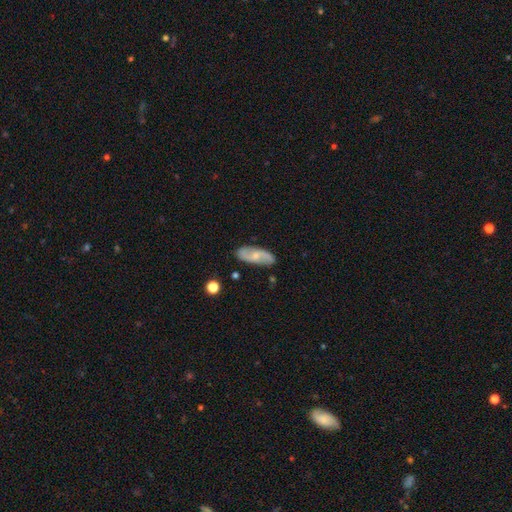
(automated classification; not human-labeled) Overall: featured or disk (62%; smooth 31%). Edge-on disk: no (90%). Bar: no (52%; weak 39%). Spiral arms: yes (89%). Spiral arm count: 2 (88%). Spiral winding: loose (55%; medium 32%). Bulge size: small (56%; moderate 34%). Merging: none (82%).